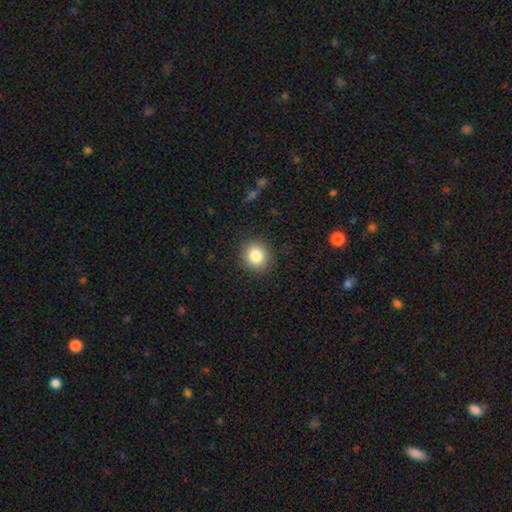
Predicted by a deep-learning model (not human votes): smooth_or_featured: smooth (p=0.84) [alt: star or artifact p=0.10]
how_rounded: round (p=0.87) [alt: in between p=0.12]
merging: none (p=0.90) [alt: minor disturbance p=0.07]